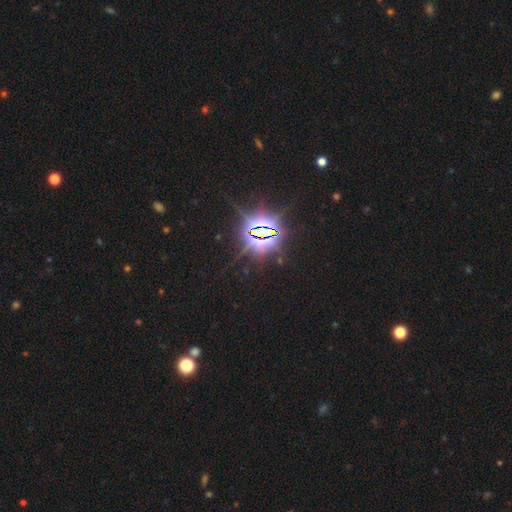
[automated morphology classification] This appears to be a star or artifact, not a galaxy (87%).